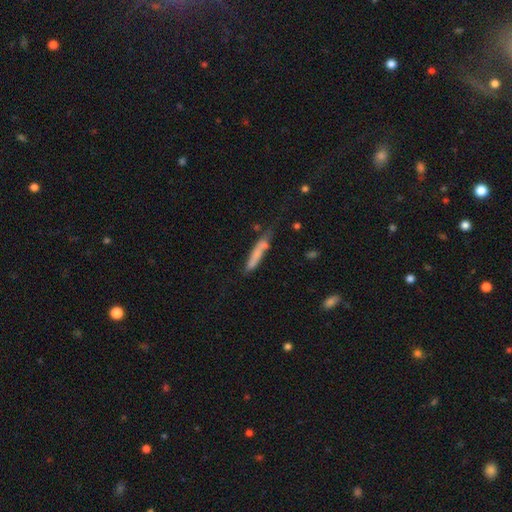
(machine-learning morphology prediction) A smooth galaxy with no disk features (69%) that is cigar-shaped (90%). Merging: none (56%).